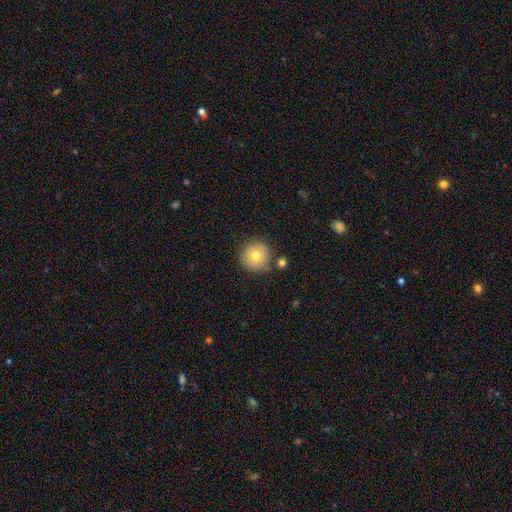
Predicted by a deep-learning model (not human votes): This is likely a smooth galaxy (75%). How rounded: clearly round (95%). Merging: clearly none (81%).